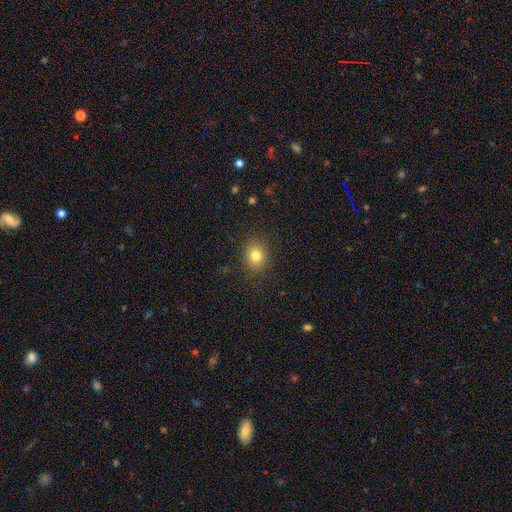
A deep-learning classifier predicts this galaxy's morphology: Overall: smooth (81%). How rounded: round (66%; in between 33%). Merging: none (88%).